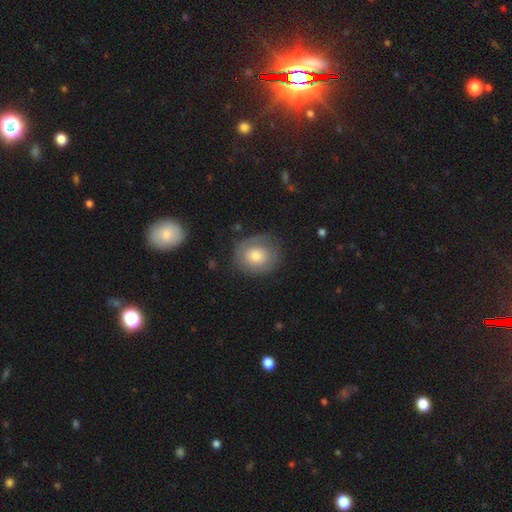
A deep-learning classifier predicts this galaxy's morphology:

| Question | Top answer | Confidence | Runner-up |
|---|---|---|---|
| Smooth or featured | smooth | 61% | featured or disk (31%) |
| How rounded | round | 75% | in between (24%) |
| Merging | none | 73% | minor disturbance (18%) |